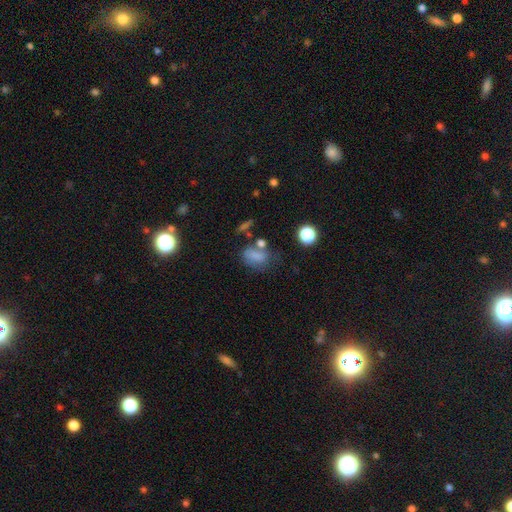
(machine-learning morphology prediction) Smooth or featured? smooth (71%)
How rounded? in between (73%)
Merging? none (42%)